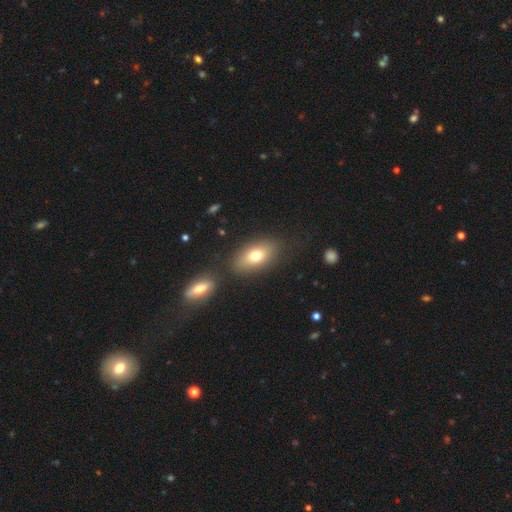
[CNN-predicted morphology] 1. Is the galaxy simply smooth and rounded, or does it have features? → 73% smooth, 18% featured or disk, 9% star or artifact.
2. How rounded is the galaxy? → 85% in between, 10% round, 5% cigar-shaped.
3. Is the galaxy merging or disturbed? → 78% none, 11% minor disturbance, 7% merger, 4% major disturbance.